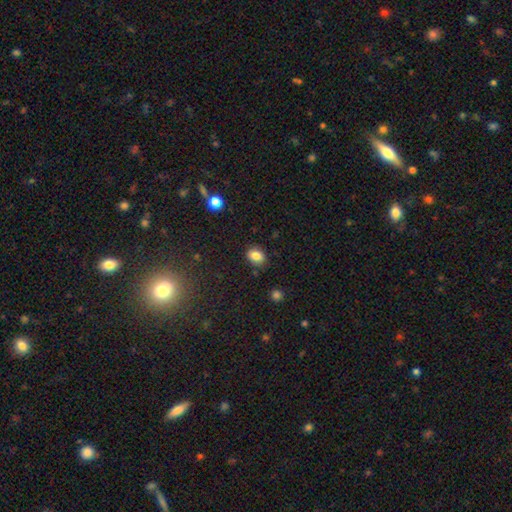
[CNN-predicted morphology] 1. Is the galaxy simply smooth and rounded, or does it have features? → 84% smooth, 10% star or artifact, 7% featured or disk.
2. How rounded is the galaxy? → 62% in between, 37% round, 1% cigar-shaped.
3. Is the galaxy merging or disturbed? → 84% none, 11% minor disturbance, 3% major disturbance, 2% merger.